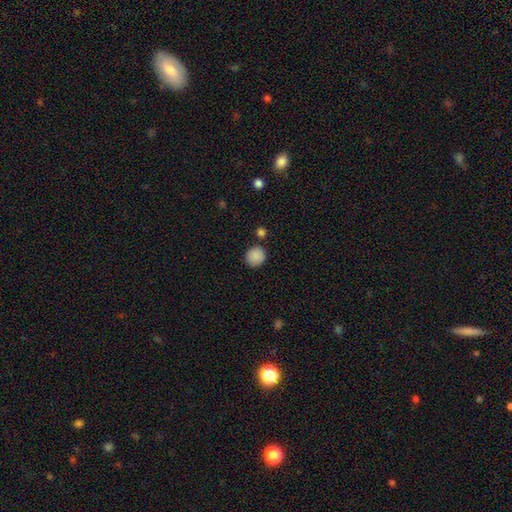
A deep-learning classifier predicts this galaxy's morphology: This is clearly a smooth galaxy (88%). How rounded: clearly round (89%). Merging: clearly none (81%).